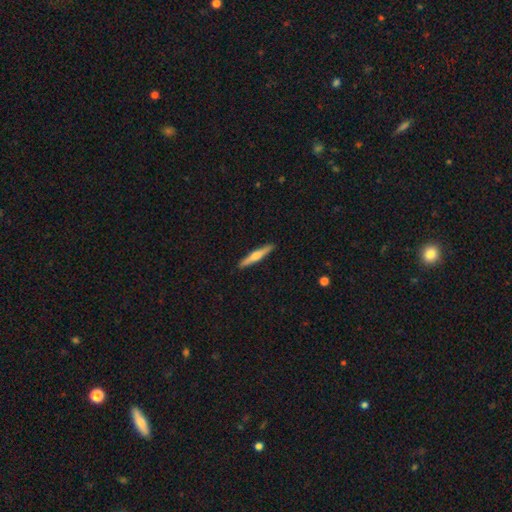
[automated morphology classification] Smooth or featured? featured or disk (56%)
Edge-on disk? yes (97%)
Edge-on bulge? rounded (86%)
Merging? none (92%)